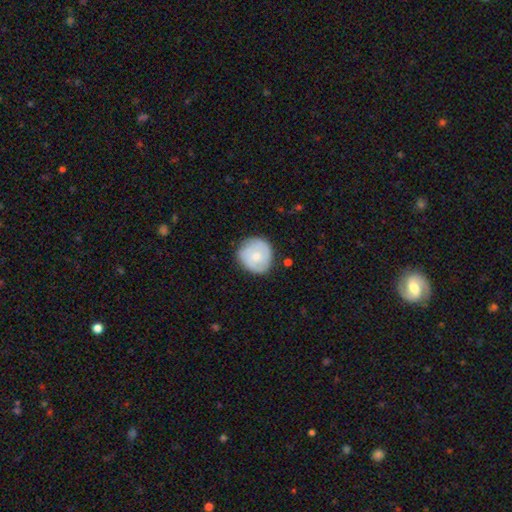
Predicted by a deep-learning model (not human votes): This is possibly a smooth galaxy (52%). How rounded: clearly round (89%). Merging: likely none (78%).